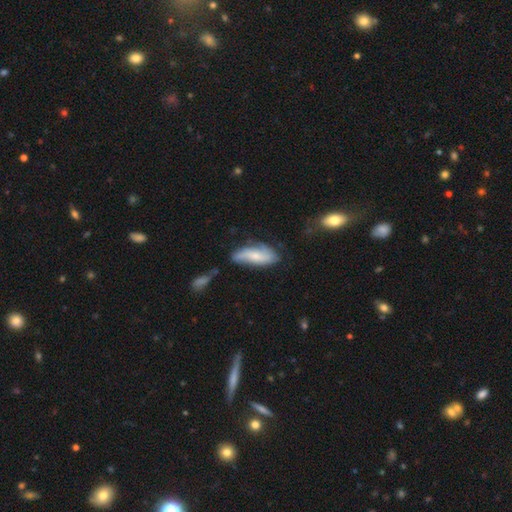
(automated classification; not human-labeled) Morphology: type=smooth (52%); roundness=in between (69%); merging=none (54%).